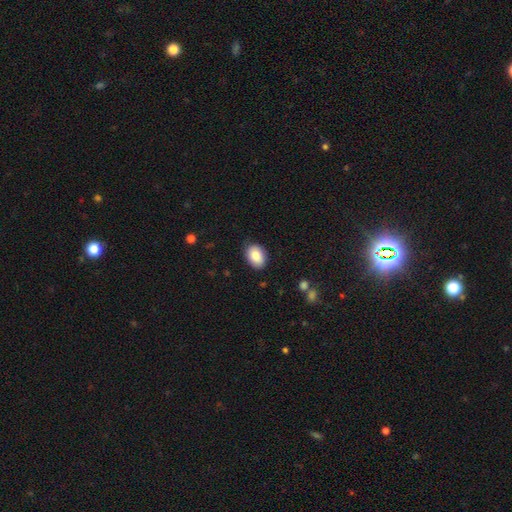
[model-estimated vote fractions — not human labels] Overall: smooth (89%). How rounded: in between (84%). Merging: none (84%).